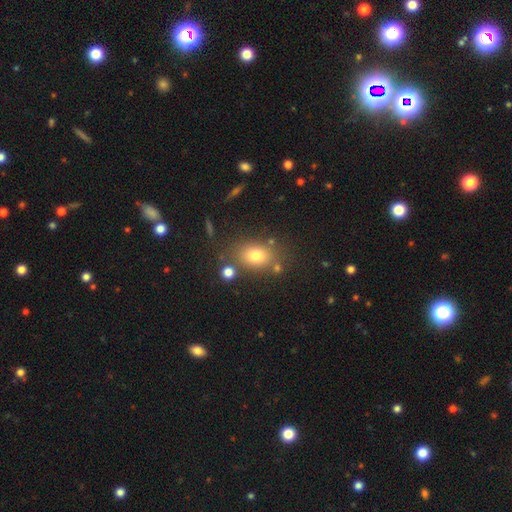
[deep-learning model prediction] A smooth galaxy with no disk features (75%) that is in between round and cigar-shaped (70%).

Vote fractions:
- Smooth or featured? smooth: 75% / star or artifact: 13% / featured or disk: 12%
- How rounded? in between: 70% / round: 28% / cigar-shaped: 2%
- Merging? none: 74% / minor disturbance: 13% / merger: 8% / major disturbance: 5%